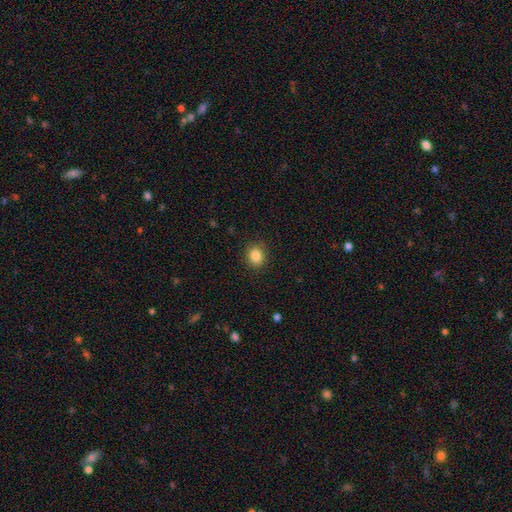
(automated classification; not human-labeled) The model was most divided on "how rounded": round: 62%, in between: 37%, cigar-shaped: 1%. More confident: merging — none (88%); smooth or featured — smooth (86%).